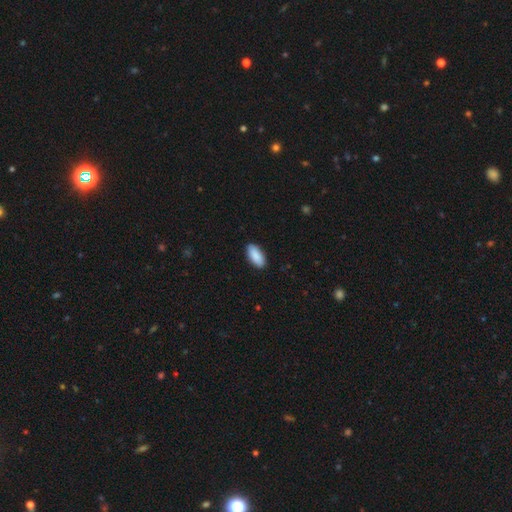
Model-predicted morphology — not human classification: Overall: smooth (90%). How rounded: in between (91%). Merging: none (89%).